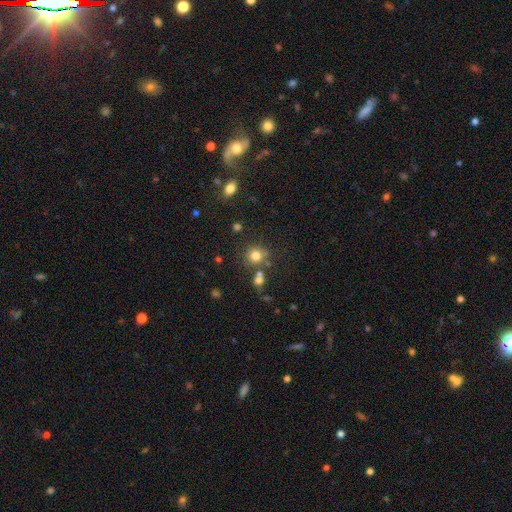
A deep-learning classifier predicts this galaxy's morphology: Smooth or featured? Predicted: smooth (p=0.76). How rounded? Predicted: round (p=0.88). Merging? Predicted: none (p=0.72).